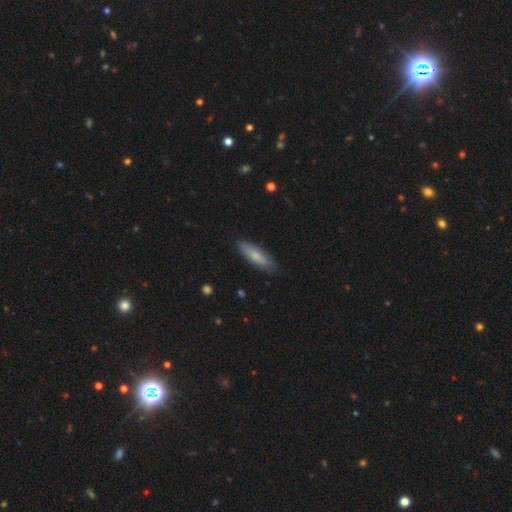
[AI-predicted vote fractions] smooth-or-featured: smooth: 72% | featured or disk: 22% | star or artifact: 6%
  how-rounded: cigar-shaped: 56% | in between: 43% | round: 2%
  merging: none: 84% | minor disturbance: 12% | major disturbance: 2% | merger: 1%